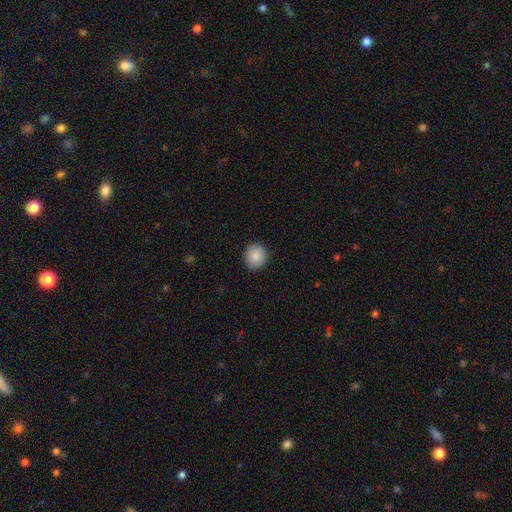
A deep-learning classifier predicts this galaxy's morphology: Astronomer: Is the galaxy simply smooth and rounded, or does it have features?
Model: smooth — 87%.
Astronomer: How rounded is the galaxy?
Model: round — 78%.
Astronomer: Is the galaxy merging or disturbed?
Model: none — 89%.